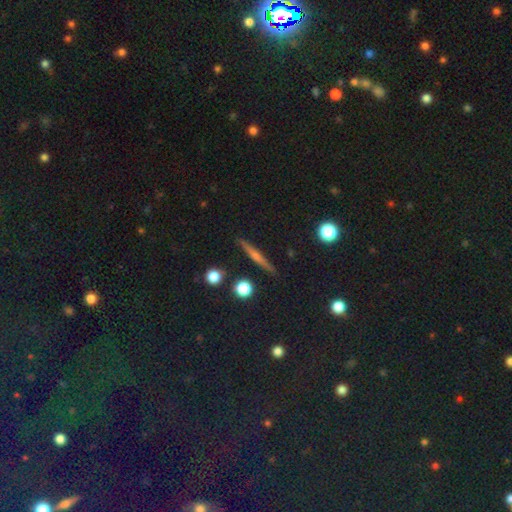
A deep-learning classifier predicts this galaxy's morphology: Smooth or featured? Predicted: featured or disk (p=0.59). Edge-on disk? Predicted: yes (p=0.97). Edge-on bulge? Predicted: rounded (p=0.67). Merging? Predicted: none (p=0.90).